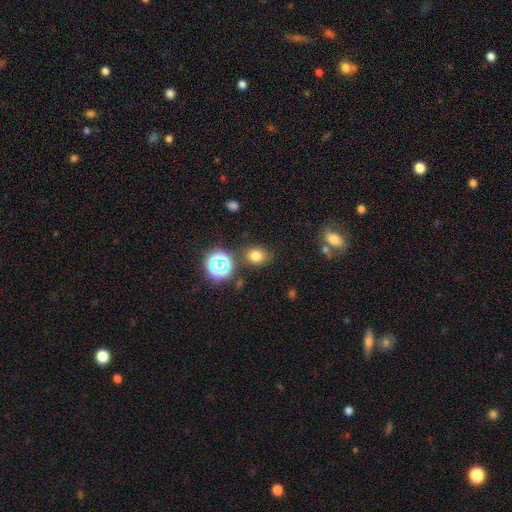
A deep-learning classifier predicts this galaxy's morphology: This is likely a smooth galaxy (77%). How rounded: possibly round (58%). Merging: likely none (79%).